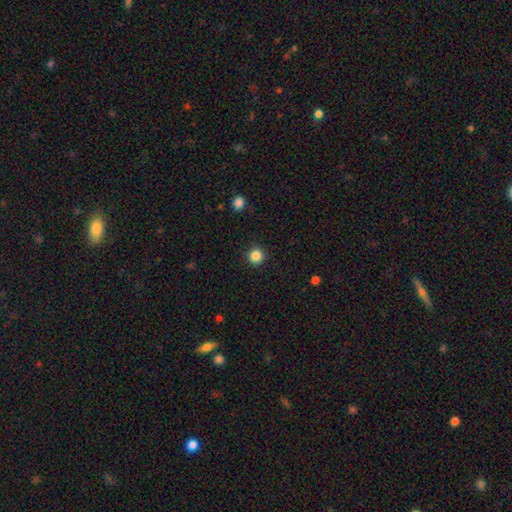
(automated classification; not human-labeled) This is clearly a smooth galaxy (85%). How rounded: clearly round (94%). Merging: clearly none (92%).